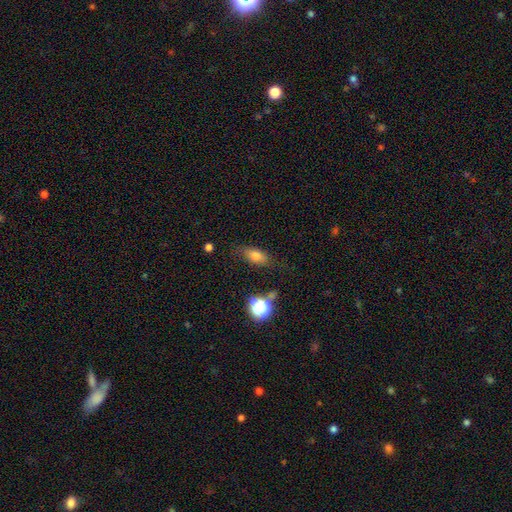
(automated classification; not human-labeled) A smooth galaxy with no disk features (73%) that is in between round and cigar-shaped (76%).

Vote fractions:
- Smooth or featured? smooth: 73% / featured or disk: 14% / star or artifact: 12%
- How rounded? in between: 76% / cigar-shaped: 14% / round: 9%
- Merging? none: 75% / minor disturbance: 17% / major disturbance: 5% / merger: 3%